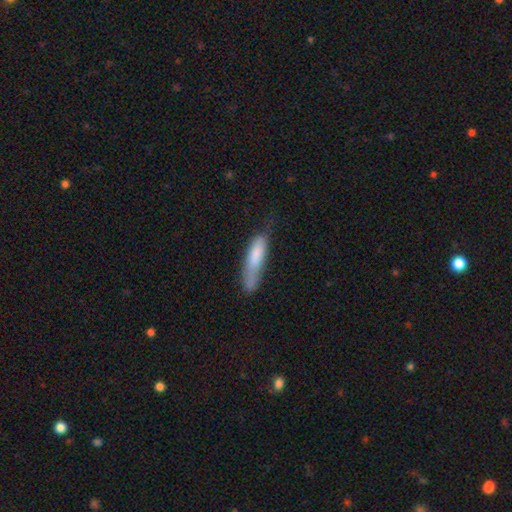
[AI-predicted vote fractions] The model was most divided on "merging": none: 47%, minor disturbance: 34%, major disturbance: 15%, merger: 4%. More confident: smooth or featured — smooth (76%); how rounded — cigar-shaped (74%).